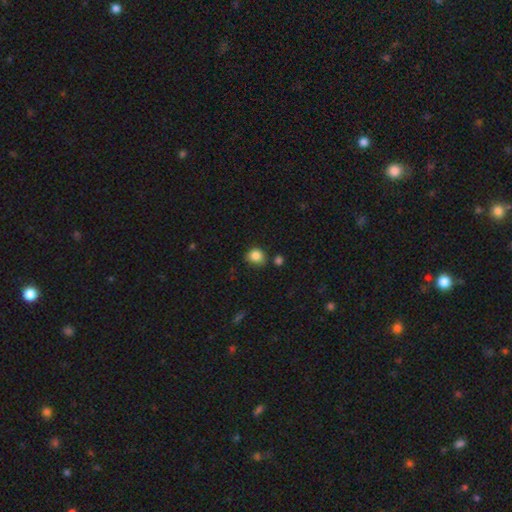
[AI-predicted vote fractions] This appears to be a smooth galaxy with no disk features (84%) that is round (71%). Merging: none (69%).